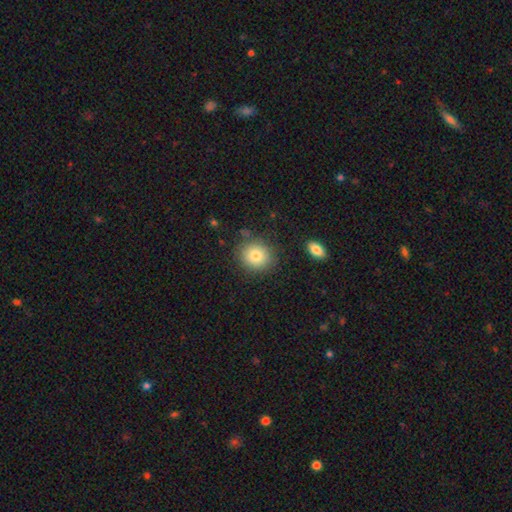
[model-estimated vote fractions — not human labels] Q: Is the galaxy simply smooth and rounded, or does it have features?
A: smooth — 80%.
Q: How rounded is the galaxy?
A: round — 82%.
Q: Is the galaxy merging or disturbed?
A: none — 84%.